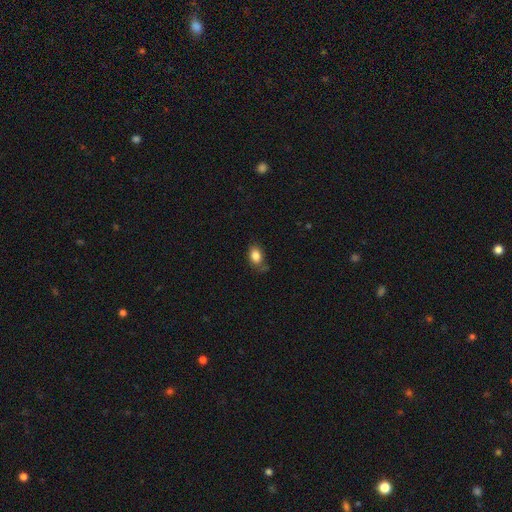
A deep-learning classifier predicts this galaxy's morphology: smooth-or-featured: smooth: 84% | star or artifact: 9% | featured or disk: 7%
  how-rounded: in between: 81% | round: 17% | cigar-shaped: 2%
  merging: none: 66% | minor disturbance: 24% | major disturbance: 6% | merger: 3%